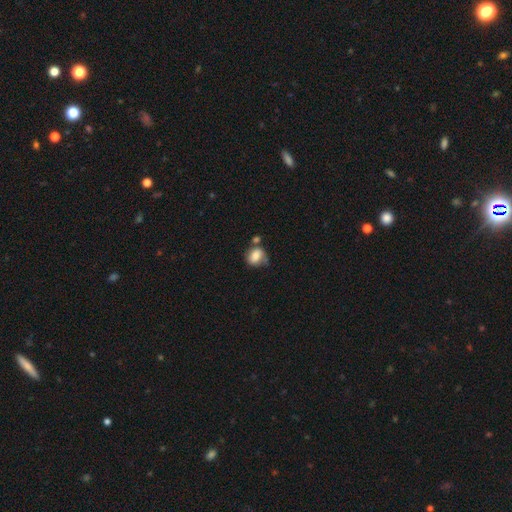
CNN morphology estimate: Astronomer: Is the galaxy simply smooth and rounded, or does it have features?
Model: smooth — 75%.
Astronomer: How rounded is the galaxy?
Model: in between — 51% (runner-up: round, 48%).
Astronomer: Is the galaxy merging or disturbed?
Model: none — 41% (runner-up: minor disturbance, 26%).